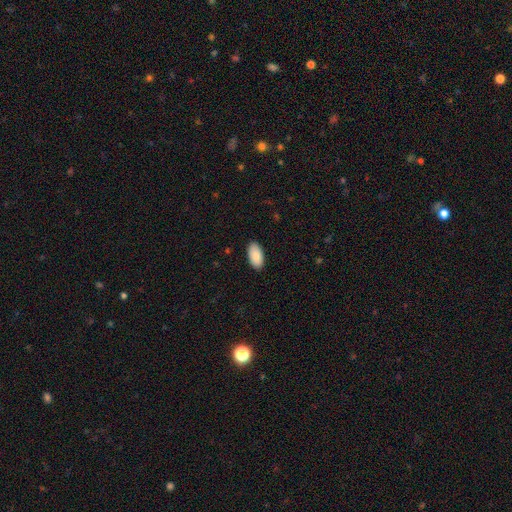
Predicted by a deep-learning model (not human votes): The model was most divided on "merging": none: 89%, minor disturbance: 8%, major disturbance: 2%, merger: 1%. More confident: how rounded — in between (96%); smooth or featured — smooth (90%).